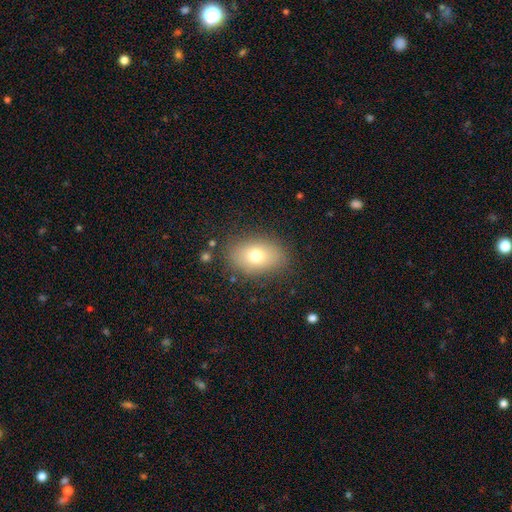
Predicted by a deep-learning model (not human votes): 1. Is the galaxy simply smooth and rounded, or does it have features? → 73% smooth, 16% featured or disk, 11% star or artifact.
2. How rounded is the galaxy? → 80% in between, 19% round, 1% cigar-shaped.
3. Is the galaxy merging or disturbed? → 83% none, 12% minor disturbance, 4% major disturbance, 2% merger.